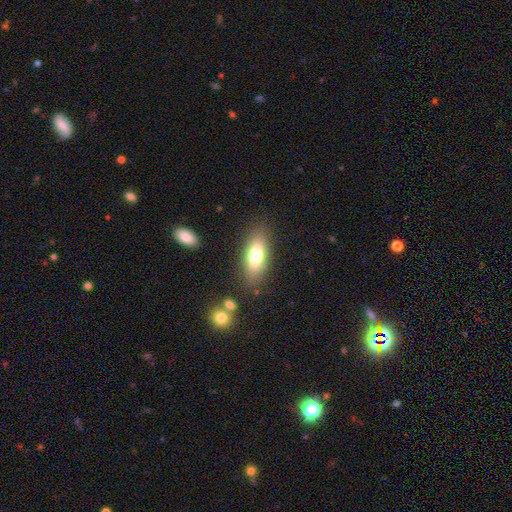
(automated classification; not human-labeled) Smooth or featured?
  - smooth: 73% *
  - featured or disk: 19%
  - star or artifact: 8%
How rounded?
  - in between: 76% *
  - cigar-shaped: 21%
  - round: 3%
Merging?
  - none: 82% *
  - minor disturbance: 11%
  - major disturbance: 4%
  - merger: 3%